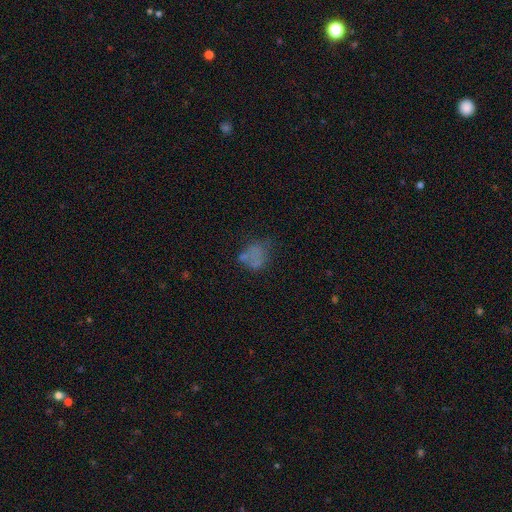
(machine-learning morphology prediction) A smooth galaxy with no disk features (57%) that is in between round and cigar-shaped (51%). Merging: none (46%).